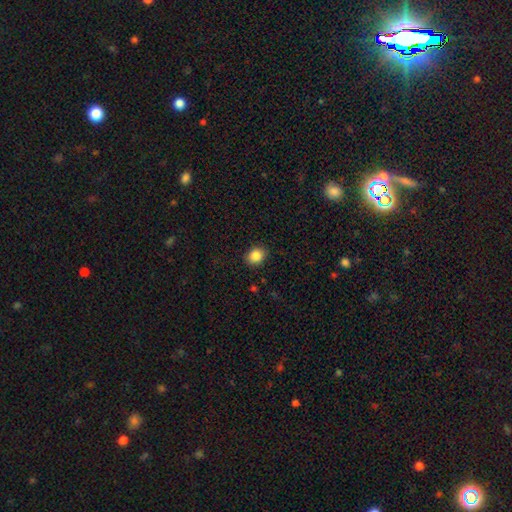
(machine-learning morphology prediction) This is clearly a smooth galaxy (86%). How rounded: possibly round (59%). Merging: clearly none (88%).